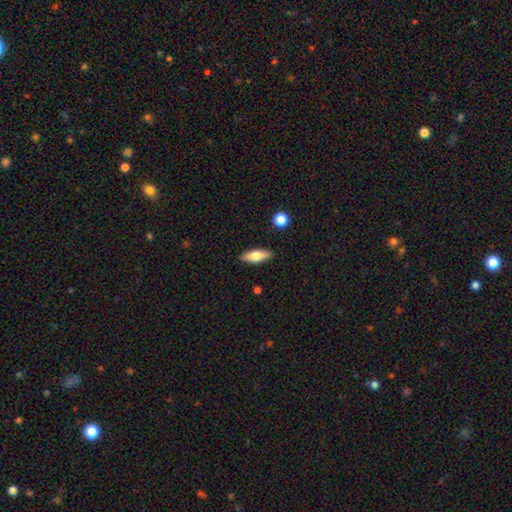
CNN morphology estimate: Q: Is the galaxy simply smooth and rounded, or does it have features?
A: smooth — 69%.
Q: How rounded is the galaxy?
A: in between — 69%.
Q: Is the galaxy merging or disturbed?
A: none — 89%.